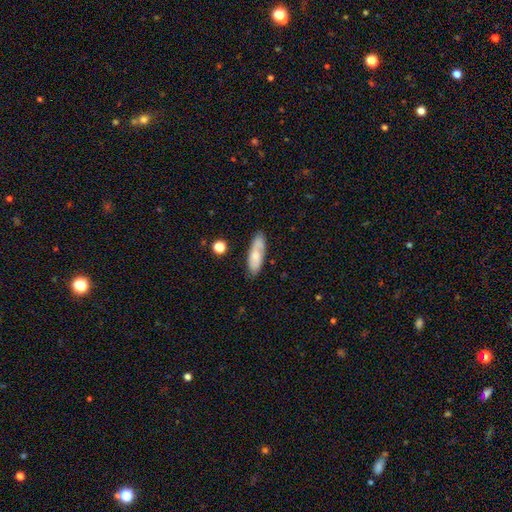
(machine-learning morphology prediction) type=smooth (62%); roundness=in between (62%); merging=none (74%).